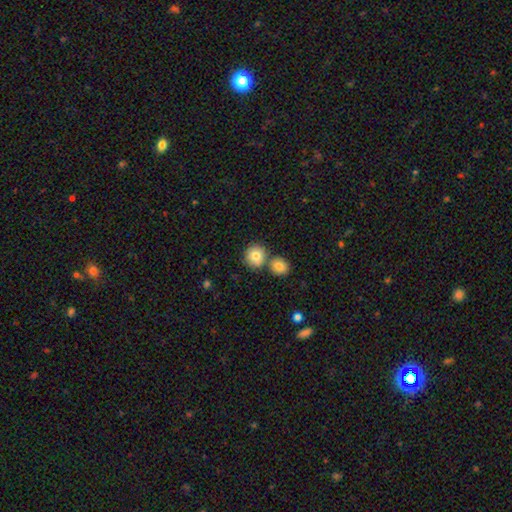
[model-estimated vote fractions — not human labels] A smooth galaxy with no disk features (80%) that is round (88%).

Vote fractions:
- Smooth or featured? smooth: 80% / featured or disk: 10% / star or artifact: 9%
- How rounded? round: 88% / in between: 11% / cigar-shaped: 1%
- Merging? none: 67% / merger: 23% / minor disturbance: 8% / major disturbance: 2%